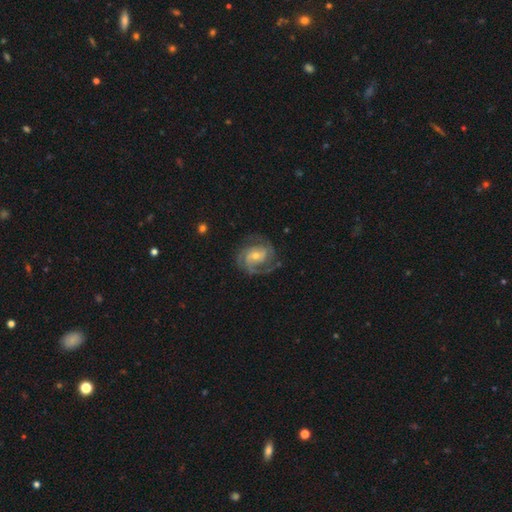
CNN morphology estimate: A featured or disk galaxy (85%) with no bar (57%), 2 (43%) medium (44%) spiral arms (96%) and a small central bulge (52%). Merging: none (70%).